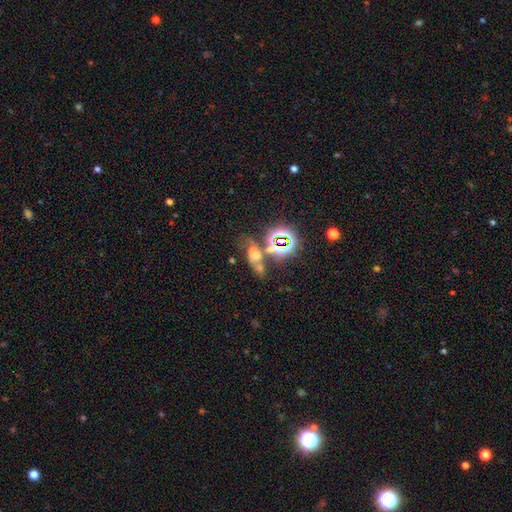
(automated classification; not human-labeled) smooth_or_featured: star or artifact (p=0.39) [alt: smooth p=0.36]